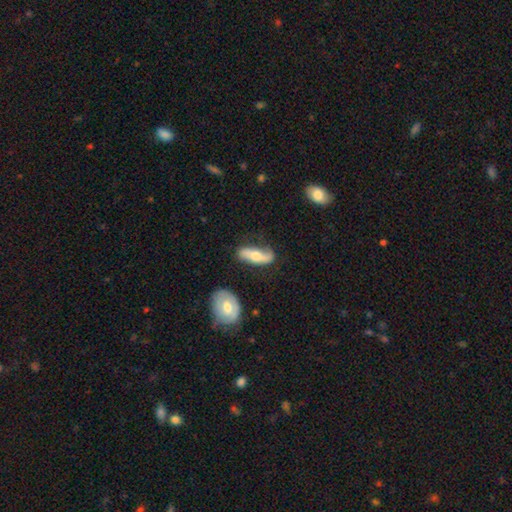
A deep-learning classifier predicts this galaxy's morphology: Smooth or featured? Predicted: featured or disk (p=0.56). Edge-on disk? Predicted: no (p=0.79). Merging? Predicted: none (p=0.63).